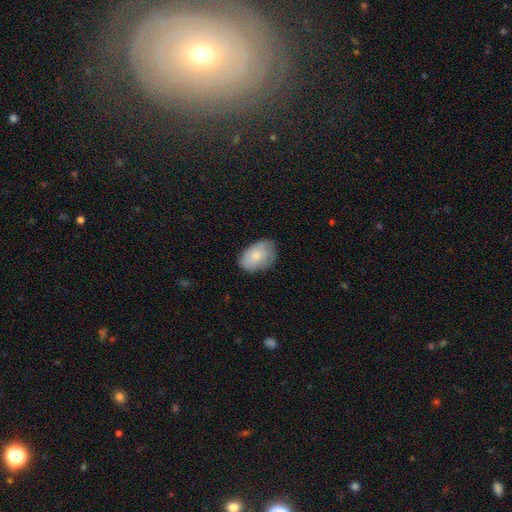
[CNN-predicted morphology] smooth-or-featured: smooth: 78% | featured or disk: 16% | star or artifact: 6%
  how-rounded: in between: 86% | round: 13% | cigar-shaped: 1%
  merging: none: 73% | minor disturbance: 21% | major disturbance: 5% | merger: 1%